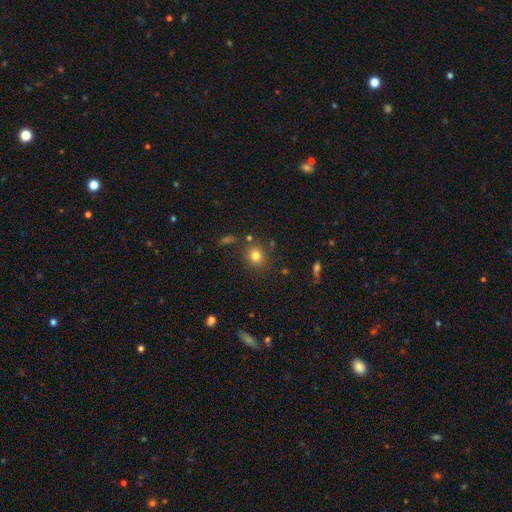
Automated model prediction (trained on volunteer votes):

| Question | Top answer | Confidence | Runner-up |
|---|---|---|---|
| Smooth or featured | smooth | 78% | star or artifact (14%) |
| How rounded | round | 79% | in between (20%) |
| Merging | none | 81% | minor disturbance (10%) |